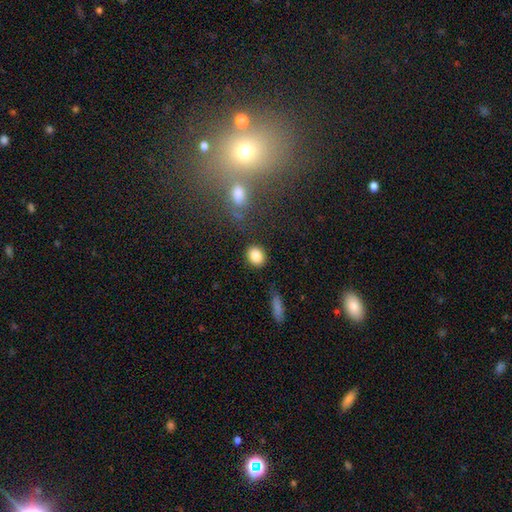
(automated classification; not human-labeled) This is clearly a smooth galaxy (85%). How rounded: possibly round (59%). Merging: clearly none (84%).